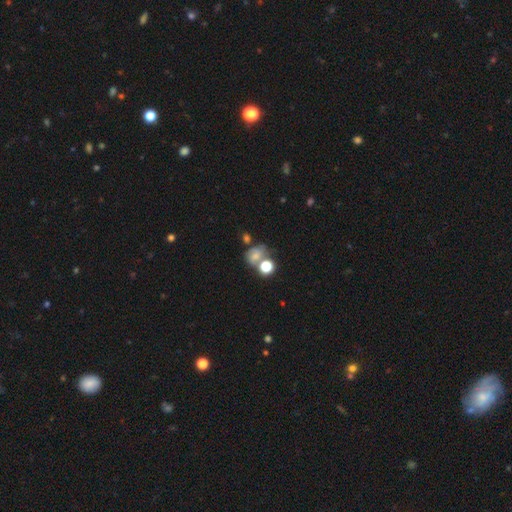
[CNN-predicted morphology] A smooth galaxy with no disk features (58%) that is round (61%). Merging: none (38%).